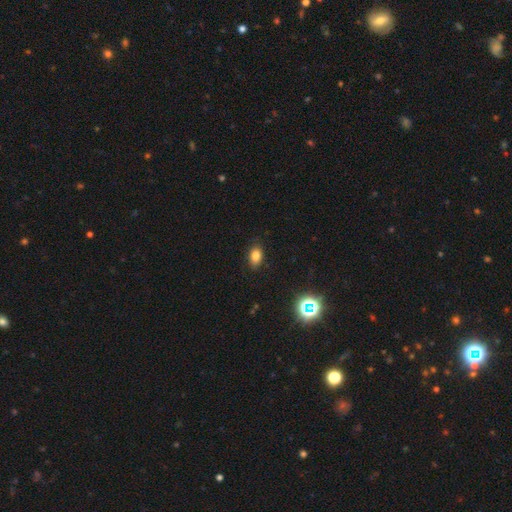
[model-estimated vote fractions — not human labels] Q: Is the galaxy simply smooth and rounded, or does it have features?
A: smooth — 80%.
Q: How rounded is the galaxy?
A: in between — 83%.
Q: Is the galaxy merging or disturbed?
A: none — 85%.